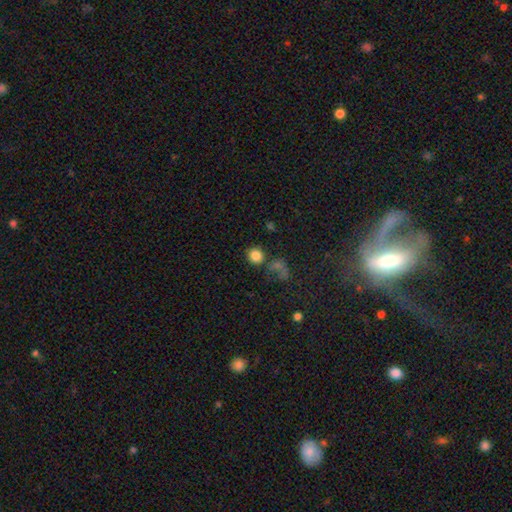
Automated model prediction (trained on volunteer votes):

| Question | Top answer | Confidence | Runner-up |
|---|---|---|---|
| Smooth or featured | smooth | 83% | star or artifact (12%) |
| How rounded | round | 89% | in between (10%) |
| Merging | none | 73% | merger (12%) |